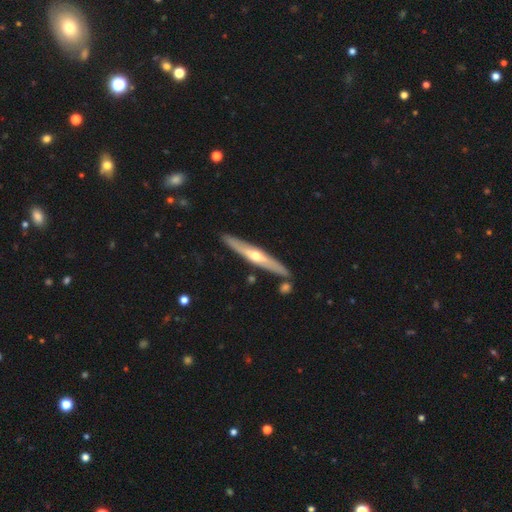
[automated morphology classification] smooth_or_featured: featured or disk (p=0.67) [alt: smooth p=0.28]
disk_edge_on: yes (p=0.93) [alt: no p=0.07]
edge_on_bulge: rounded (p=0.87) [alt: none p=0.11]
merging: none (p=0.86) [alt: minor disturbance p=0.09]